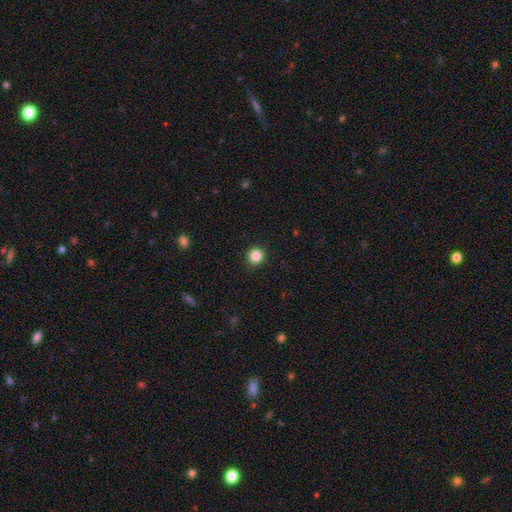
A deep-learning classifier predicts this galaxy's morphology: Overall: smooth (85%). How rounded: round (91%). Merging: none (92%).